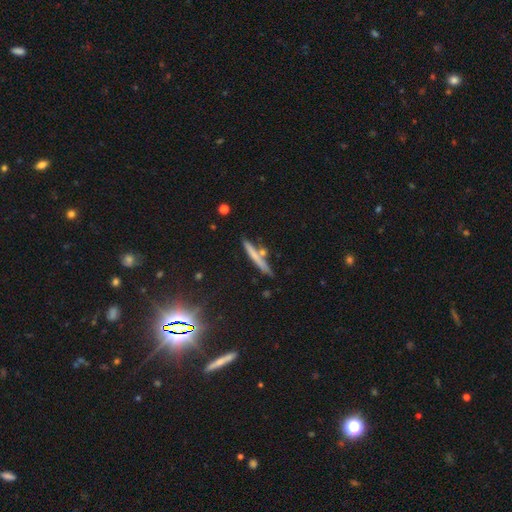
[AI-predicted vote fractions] Smooth or featured: smooth — 57% (featured or disk — 34%)
How rounded: cigar-shaped — 94% (in between — 4%)
Merging: none — 75% (minor disturbance — 12%)